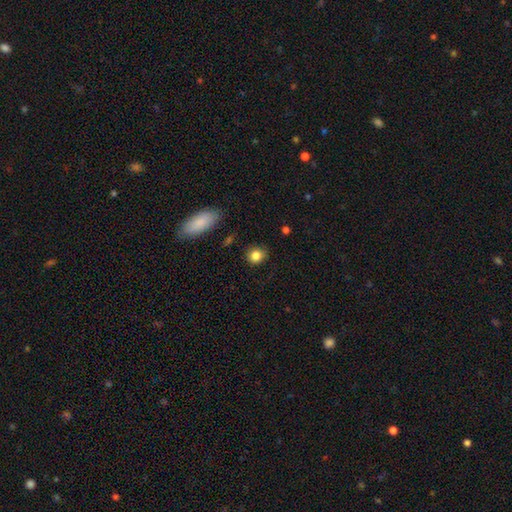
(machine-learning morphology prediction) Smooth or featured? smooth (84%)
How rounded? round (78%)
Merging? none (84%)